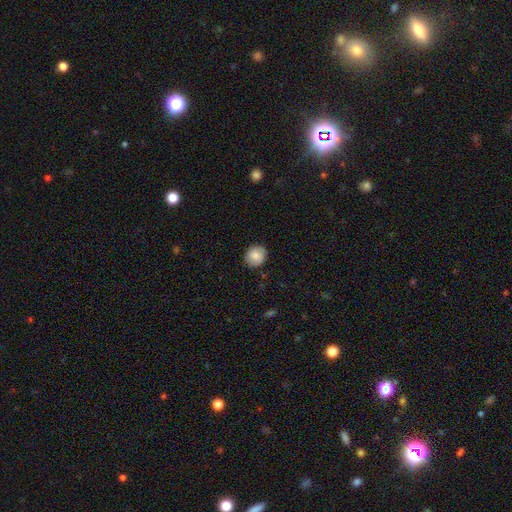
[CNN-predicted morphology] This is clearly a smooth galaxy (84%). How rounded: likely round (76%). Merging: clearly none (86%).